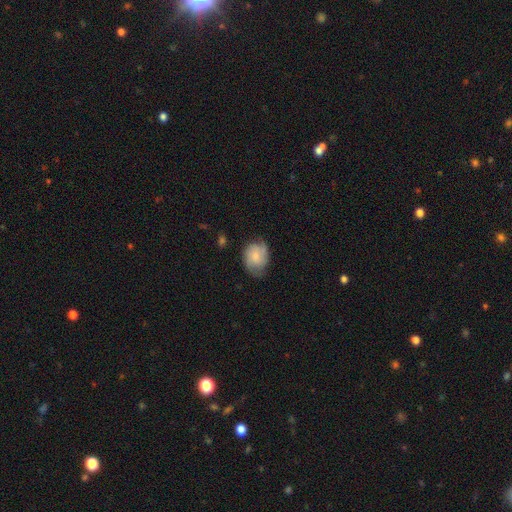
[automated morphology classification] smooth-or-featured: smooth: 49% | featured or disk: 43% | star or artifact: 7%
  merging: none: 61% | minor disturbance: 28% | major disturbance: 9% | merger: 2%